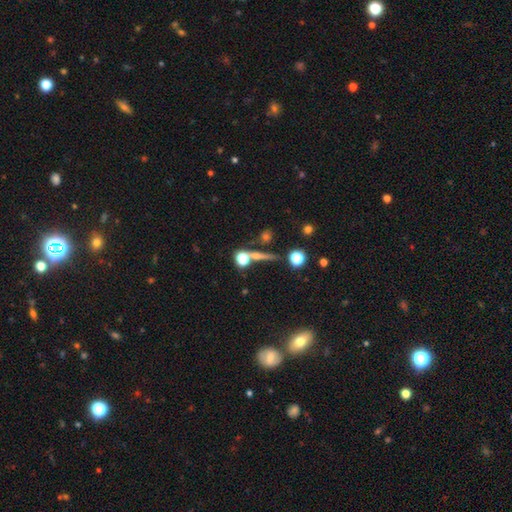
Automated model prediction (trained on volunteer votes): smooth_or_featured: smooth (p=0.44) [alt: featured or disk p=0.32]
merging: none (p=0.68) [alt: merger p=0.17]